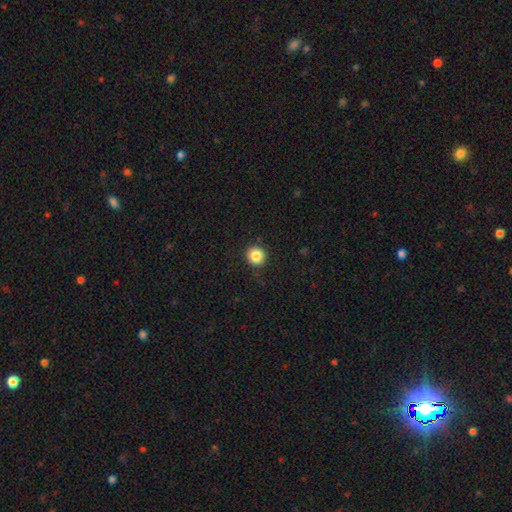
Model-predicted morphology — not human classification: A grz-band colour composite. It shows a smooth galaxy with no disk features (85%) that is round (93%). Merging: none (91%).